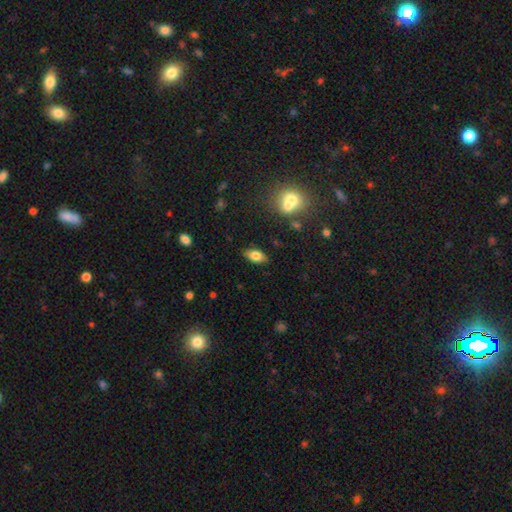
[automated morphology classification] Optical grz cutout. It shows a smooth galaxy with no disk features (79%) that is in between round and cigar-shaped (89%). Merging: none (85%).